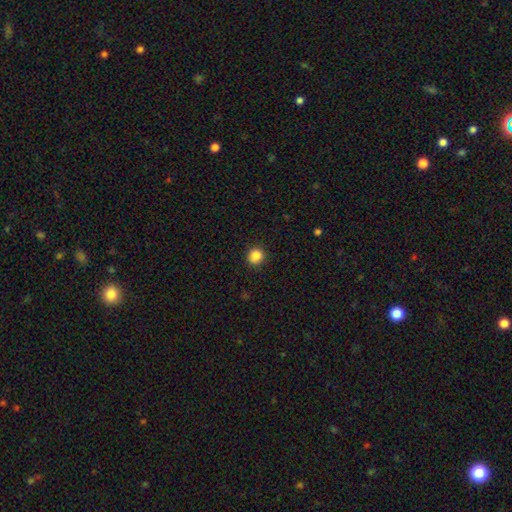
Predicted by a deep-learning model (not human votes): Smooth or featured? smooth (86%)
How rounded? round (90%)
Merging? none (90%)